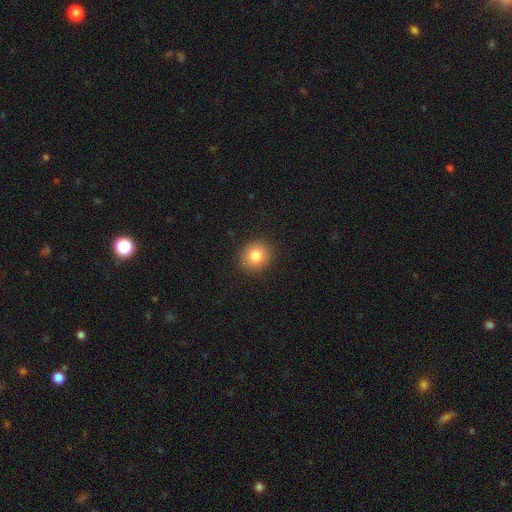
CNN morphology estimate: Q: Smooth or featured?
A: smooth (82%); runner-up: star or artifact (10%)
Q: How rounded?
A: round (79%); runner-up: in between (20%)
Q: Merging?
A: none (90%); runner-up: minor disturbance (7%)